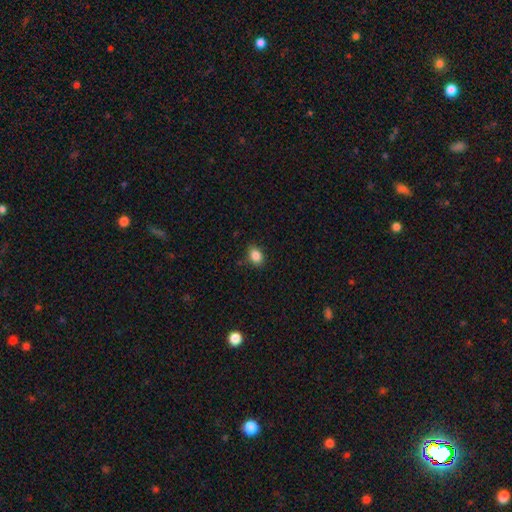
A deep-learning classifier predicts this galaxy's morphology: The model was most divided on "how rounded": in between: 72%, round: 27%, cigar-shaped: 1%. More confident: smooth or featured — smooth (86%); merging — none (84%).